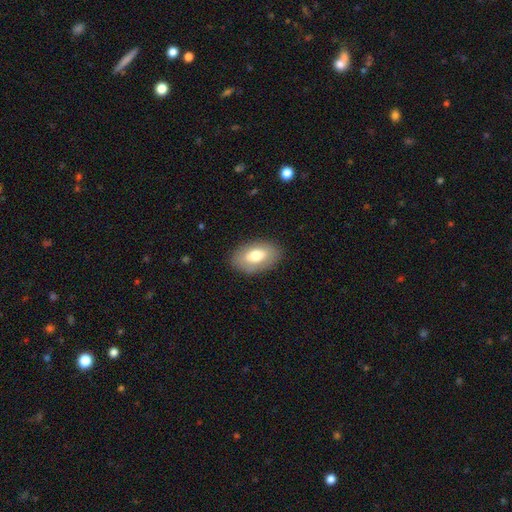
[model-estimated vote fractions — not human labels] smooth-or-featured: smooth: 68% | featured or disk: 25% | star or artifact: 7%
  how-rounded: in between: 92% | round: 6% | cigar-shaped: 2%
  merging: none: 84% | minor disturbance: 12% | major disturbance: 4% | merger: 1%